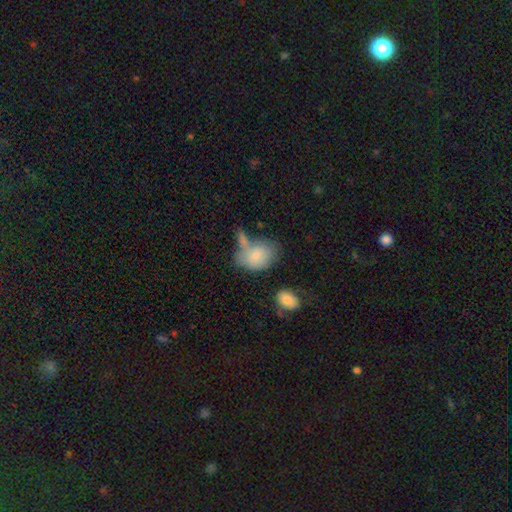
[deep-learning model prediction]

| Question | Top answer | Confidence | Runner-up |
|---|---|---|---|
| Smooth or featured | smooth | 79% | featured or disk (14%) |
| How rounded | in between | 73% | round (26%) |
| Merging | merger | 34% | none (32%) |